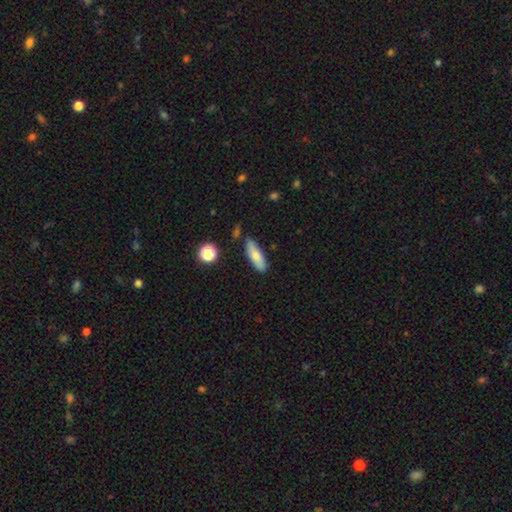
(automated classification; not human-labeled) The model was most divided on "how rounded": in between: 54%, cigar-shaped: 43%, round: 3%. More confident: merging — none (80%); smooth or featured — smooth (73%).